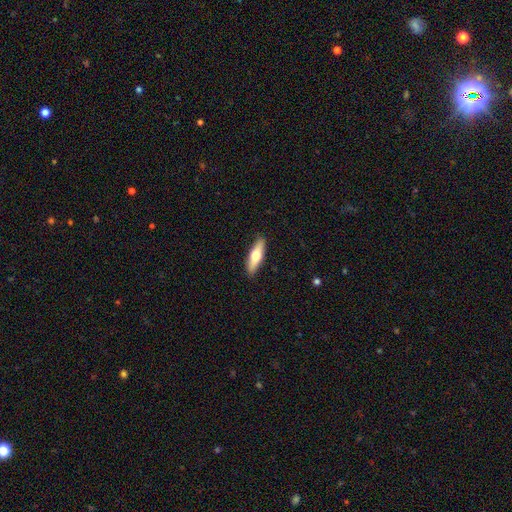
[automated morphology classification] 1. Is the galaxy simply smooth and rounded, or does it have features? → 57% smooth, 37% featured or disk, 5% star or artifact.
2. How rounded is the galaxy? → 62% cigar-shaped, 36% in between, 2% round.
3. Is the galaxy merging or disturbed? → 89% none, 8% minor disturbance, 2% major disturbance, 1% merger.